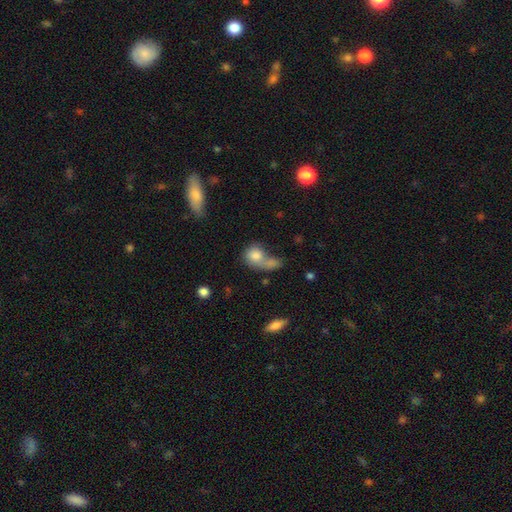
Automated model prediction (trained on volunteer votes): The model was most divided on "how rounded": round: 59%, in between: 38%, cigar-shaped: 2%. More confident: smooth or featured — smooth (80%); merging — merger (51%).